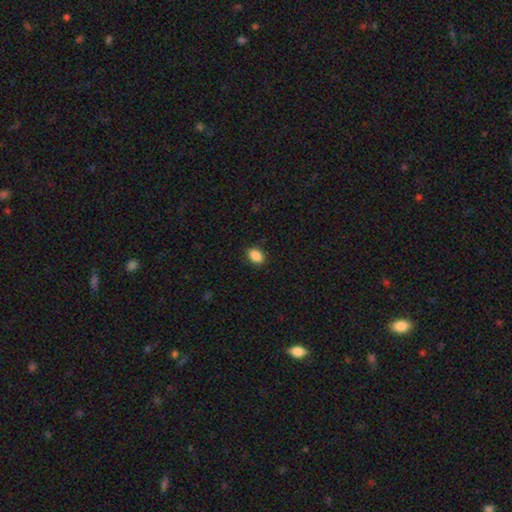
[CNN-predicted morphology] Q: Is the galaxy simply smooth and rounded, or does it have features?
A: smooth — 88%.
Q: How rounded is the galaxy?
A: in between — 82%.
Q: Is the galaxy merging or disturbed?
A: none — 89%.